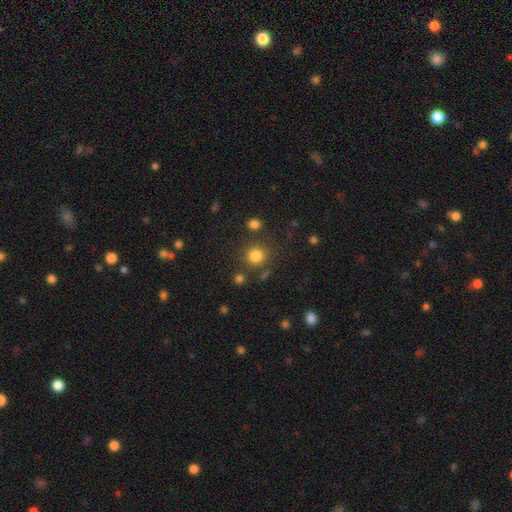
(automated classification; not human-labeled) smooth 82%, star or artifact 13%, featured or disk 5%. Down the decision tree: how rounded — round (90%); merging — none (81%).